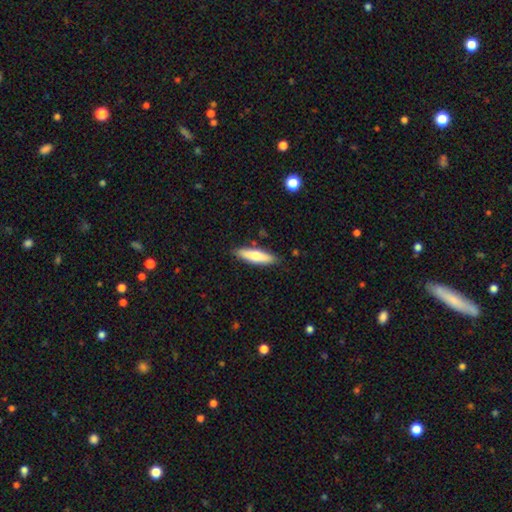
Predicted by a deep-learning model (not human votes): Smooth or featured: smooth — 71% (featured or disk — 24%)
How rounded: cigar-shaped — 67% (in between — 31%)
Merging: none — 85% (minor disturbance — 11%)